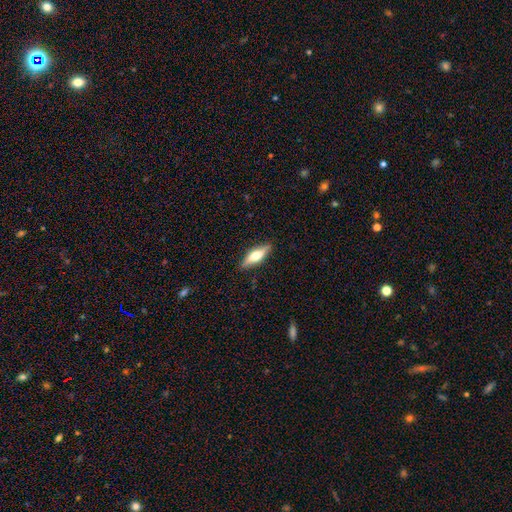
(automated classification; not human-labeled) A smooth galaxy with no disk features (50%).

Vote fractions:
- Smooth or featured? smooth: 50% / featured or disk: 44% / star or artifact: 6%
- Merging? none: 87% / minor disturbance: 10% / major disturbance: 2% / merger: 1%